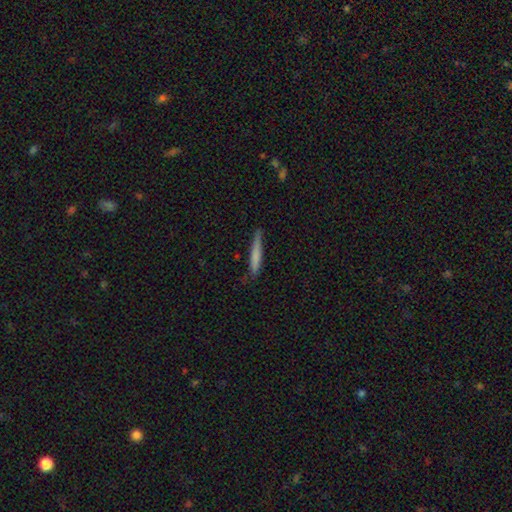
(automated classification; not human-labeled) The model was most divided on "smooth or featured": smooth: 72%, featured or disk: 22%, star or artifact: 6%. More confident: how rounded — cigar-shaped (95%); merging — none (82%).